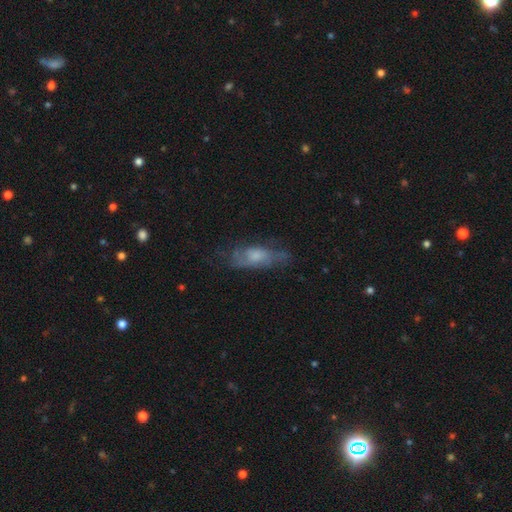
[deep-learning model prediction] Overall: featured or disk (53%; smooth 38%). Edge-on disk: no (75%). Merging: none (60%; minor disturbance 24%).